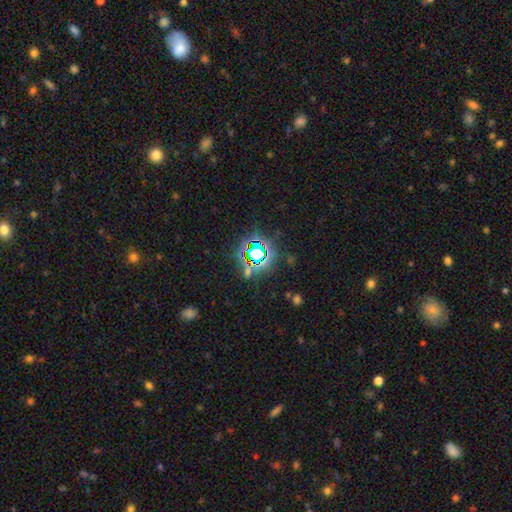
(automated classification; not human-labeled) Q: Smooth or featured?
A: star or artifact (74%); runner-up: smooth (16%)